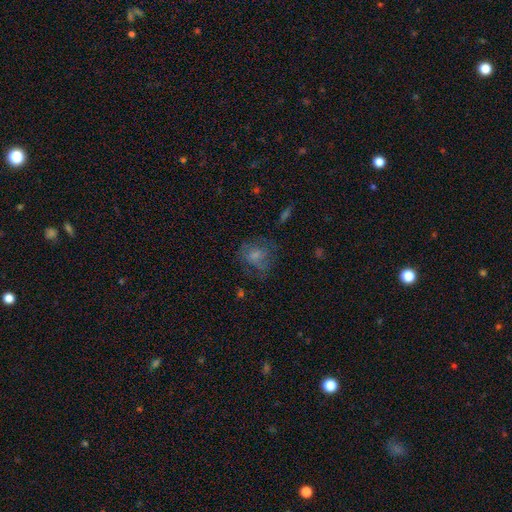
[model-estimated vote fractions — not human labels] smooth 58%, featured or disk 29%, star or artifact 13%. Down the decision tree: how rounded — round (59%); merging — none (52%).